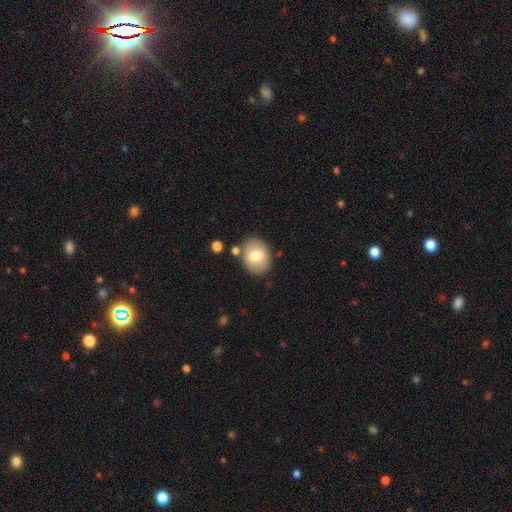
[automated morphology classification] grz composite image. It shows a smooth galaxy with no disk features (76%) that is in between round and cigar-shaped (52%). Merging: none (80%).